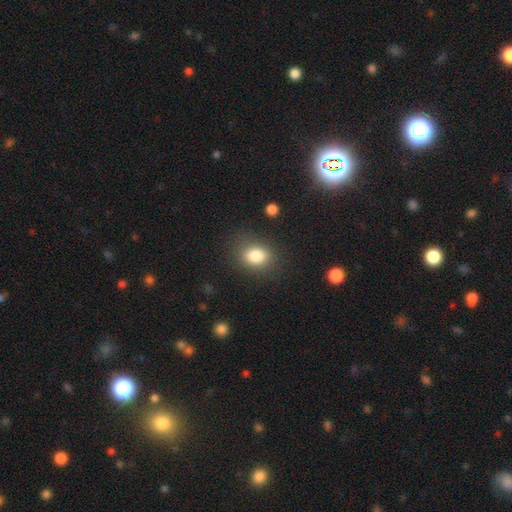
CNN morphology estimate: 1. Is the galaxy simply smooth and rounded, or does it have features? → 82% smooth, 11% star or artifact, 7% featured or disk.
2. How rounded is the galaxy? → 51% in between, 48% round, 1% cigar-shaped.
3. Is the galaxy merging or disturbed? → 80% none, 13% minor disturbance, 5% major disturbance, 2% merger.